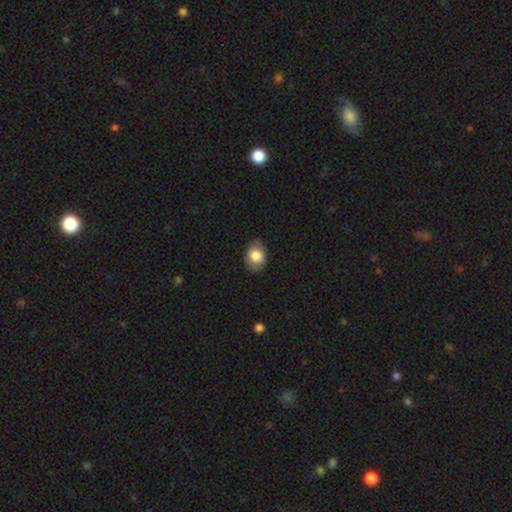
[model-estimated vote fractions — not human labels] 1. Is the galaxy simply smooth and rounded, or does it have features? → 81% smooth, 11% featured or disk, 7% star or artifact.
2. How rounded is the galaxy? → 68% in between, 31% round, 1% cigar-shaped.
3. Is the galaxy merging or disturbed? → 82% none, 14% minor disturbance, 3% major disturbance, 1% merger.